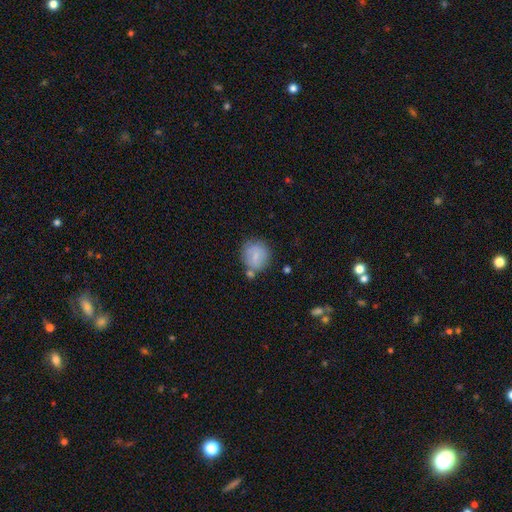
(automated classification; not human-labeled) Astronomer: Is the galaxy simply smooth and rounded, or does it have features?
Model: smooth — 78%.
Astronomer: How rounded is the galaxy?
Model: round — 81%.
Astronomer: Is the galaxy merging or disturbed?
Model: none — 61%.